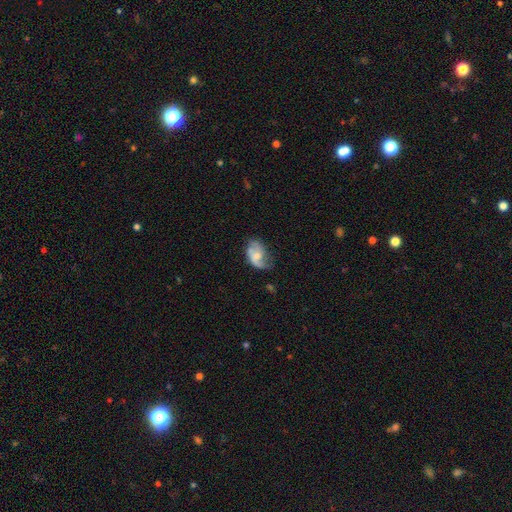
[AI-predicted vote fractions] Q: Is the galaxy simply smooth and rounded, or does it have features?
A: featured or disk — 64%.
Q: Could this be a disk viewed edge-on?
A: no — 97%.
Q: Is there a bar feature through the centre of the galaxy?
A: no — 61%.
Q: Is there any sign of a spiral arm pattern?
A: yes — 84%.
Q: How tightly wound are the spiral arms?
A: loose — 48%.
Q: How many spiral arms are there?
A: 2 — 71%.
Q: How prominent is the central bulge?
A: moderate — 41%, tied with small.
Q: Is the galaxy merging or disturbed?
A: none — 49%.